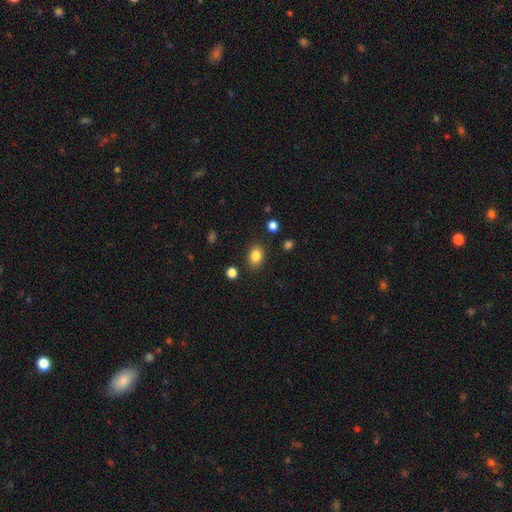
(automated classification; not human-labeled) Morphology: type=smooth (85%); roundness=in between (69%); merging=none (85%).